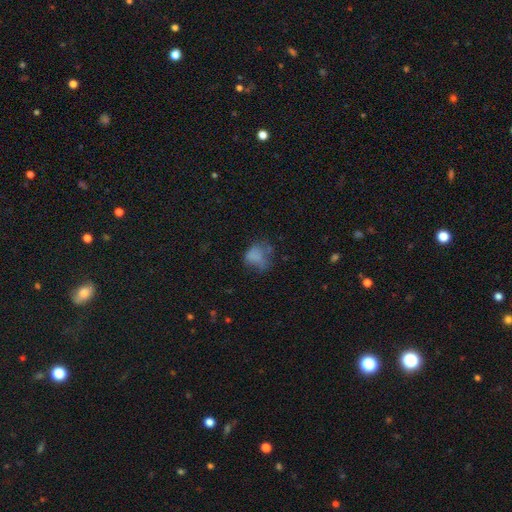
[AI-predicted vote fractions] Q: Smooth or featured?
A: smooth (65%); runner-up: featured or disk (20%)
Q: How rounded?
A: in between (57%); runner-up: round (41%)
Q: Merging?
A: none (36%); runner-up: major disturbance (32%)